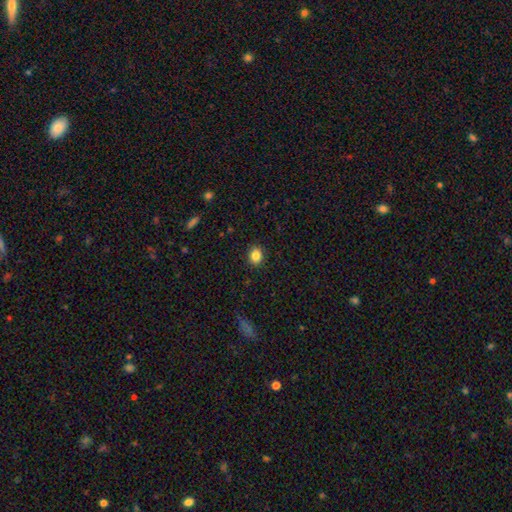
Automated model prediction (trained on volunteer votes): smooth_or_featured: smooth (p=0.85) [alt: star or artifact p=0.10]
how_rounded: round (p=0.55) [alt: in between p=0.44]
merging: none (p=0.90) [alt: minor disturbance p=0.07]